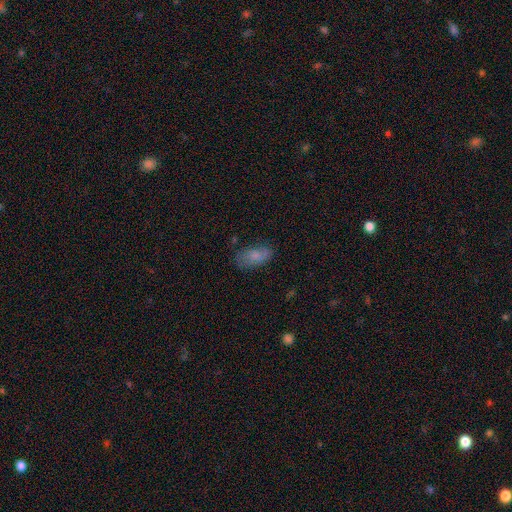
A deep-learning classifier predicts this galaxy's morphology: A smooth galaxy with no disk features (72%) that is in between round and cigar-shaped (90%). Merging: none (68%).